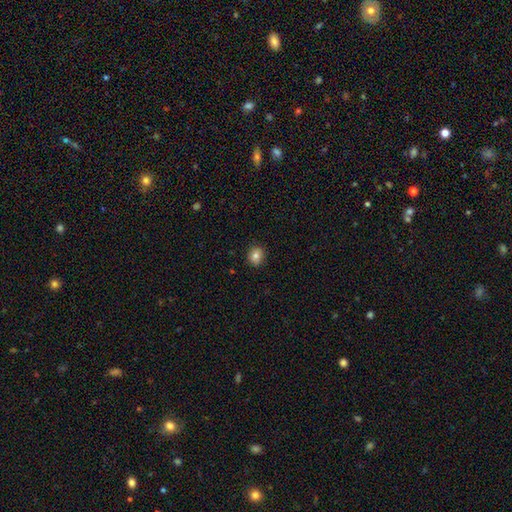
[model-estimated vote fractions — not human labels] Smooth or featured? Predicted: smooth (p=0.81). How rounded? Predicted: round (p=0.74). Merging? Predicted: none (p=0.89).